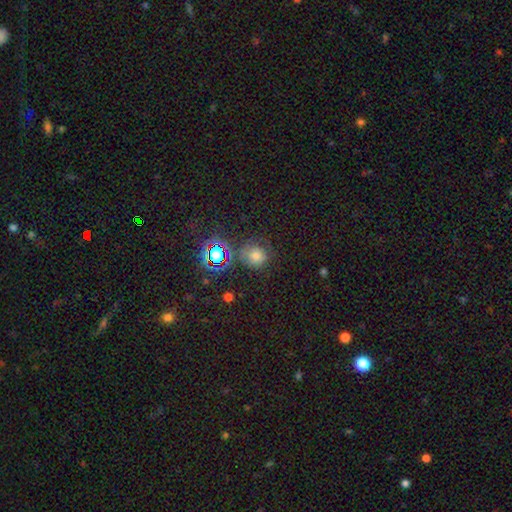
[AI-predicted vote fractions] smooth_or_featured: smooth (p=0.60) [alt: star or artifact p=0.29]
how_rounded: round (p=0.86) [alt: in between p=0.13]
merging: none (p=0.73) [alt: minor disturbance p=0.15]